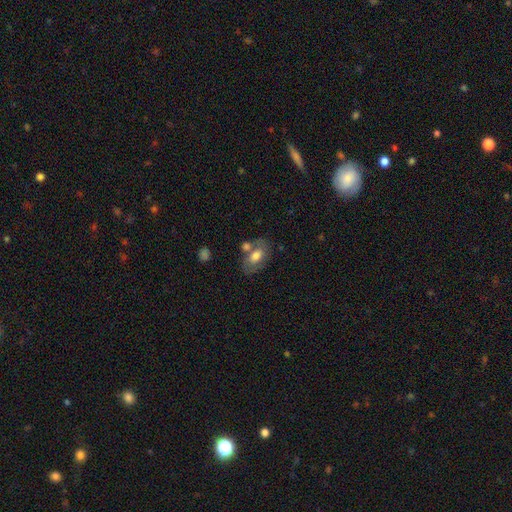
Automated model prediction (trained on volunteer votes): The model was most divided on "merging": none: 52%, merger: 26%, minor disturbance: 16%, major disturbance: 6%. More confident: how rounded — in between (89%); smooth or featured — smooth (65%).